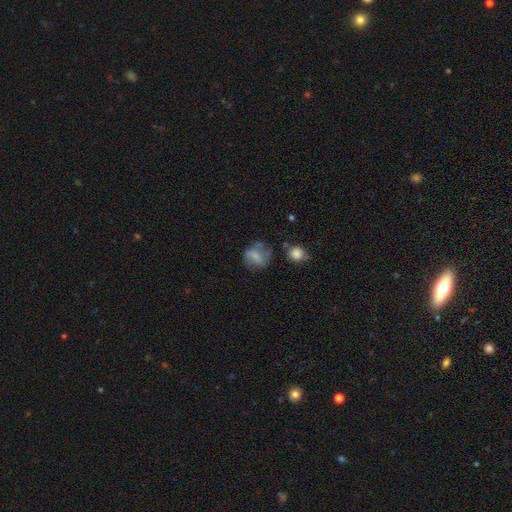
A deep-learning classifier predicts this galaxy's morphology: Overall: smooth (54%; featured or disk 35%). How rounded: round (63%; in between 34%). Merging: none (55%; minor disturbance 24%).